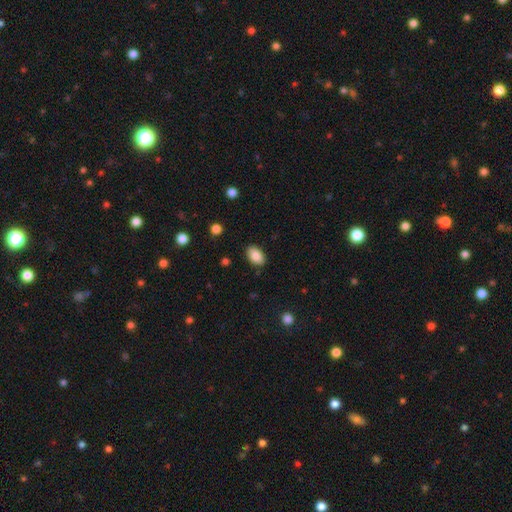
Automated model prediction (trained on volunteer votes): Smooth or featured?
  - smooth: 87% *
  - star or artifact: 7%
  - featured or disk: 5%
How rounded?
  - in between: 91% *
  - round: 7%
  - cigar-shaped: 1%
Merging?
  - none: 87% *
  - minor disturbance: 9%
  - major disturbance: 2%
  - merger: 1%